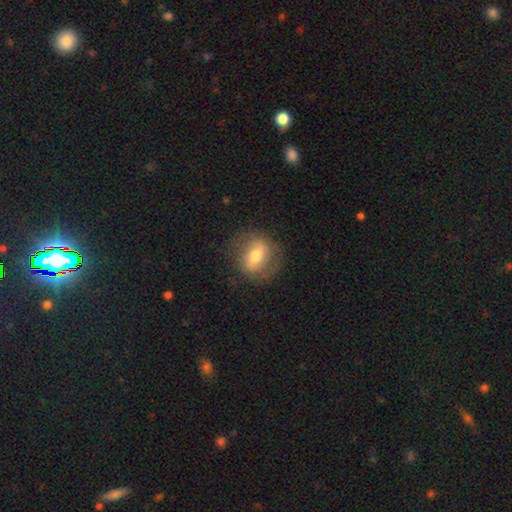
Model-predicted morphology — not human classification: A featured or disk galaxy (47%).

Vote fractions:
- Smooth or featured? featured or disk: 47% / smooth: 46% / star or artifact: 7%
- Merging? none: 78% / minor disturbance: 14% / major disturbance: 6% / merger: 1%